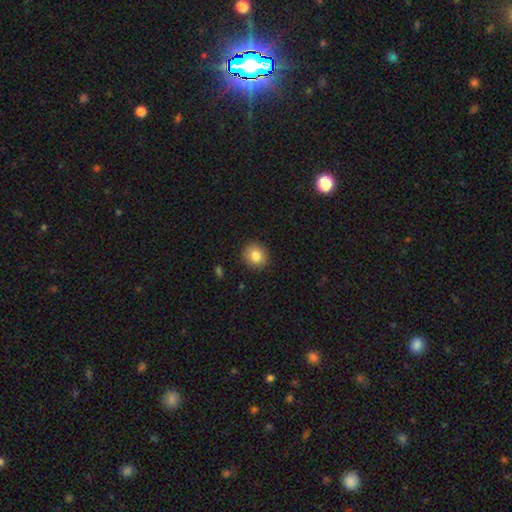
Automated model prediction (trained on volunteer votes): Morphology: type=smooth (83%); roundness=round (85%); merging=none (90%).